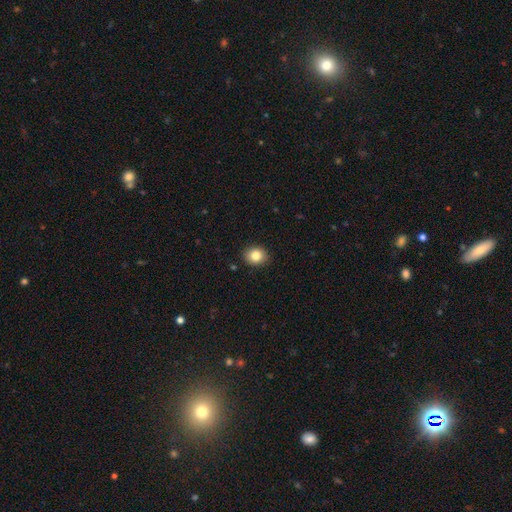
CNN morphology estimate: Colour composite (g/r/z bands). It shows a smooth galaxy with no disk features (83%) that is round (64%). Merging: none (90%).